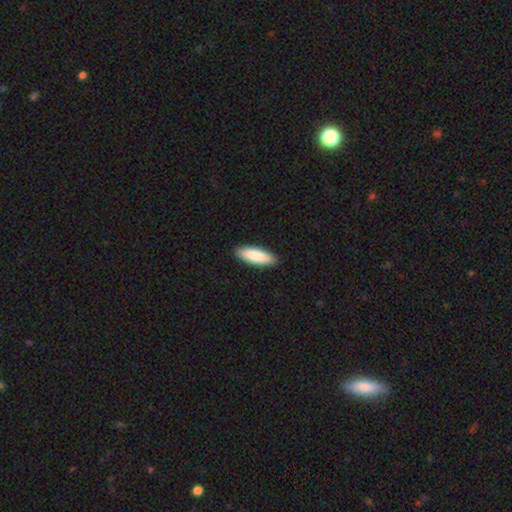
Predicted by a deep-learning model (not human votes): Smooth or featured?
  - smooth: 88% *
  - featured or disk: 7%
  - star or artifact: 5%
How rounded?
  - in between: 50% *
  - cigar-shaped: 48%
  - round: 1%
Merging?
  - none: 91% *
  - minor disturbance: 7%
  - major disturbance: 1%
  - merger: 1%